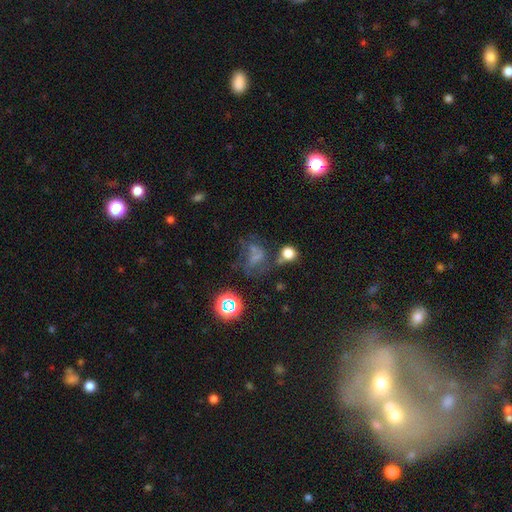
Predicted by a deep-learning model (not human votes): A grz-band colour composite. It shows a featured or disk galaxy (35%, tied with smooth). Merging: none (38%).